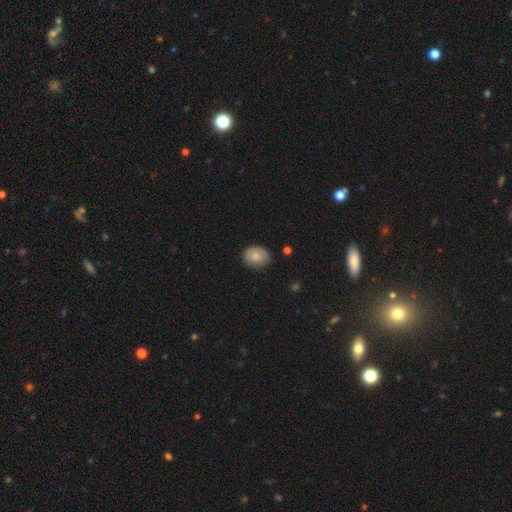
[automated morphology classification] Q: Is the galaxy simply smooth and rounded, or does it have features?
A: smooth — 79%.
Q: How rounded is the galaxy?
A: round — 60%.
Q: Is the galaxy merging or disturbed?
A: none — 81%.